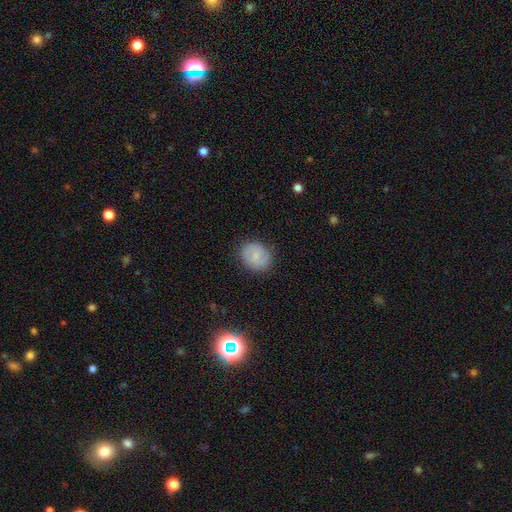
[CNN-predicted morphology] Smooth or featured? Predicted: smooth (p=0.61). How rounded? Predicted: round (p=0.69). Merging? Predicted: none (p=0.82).